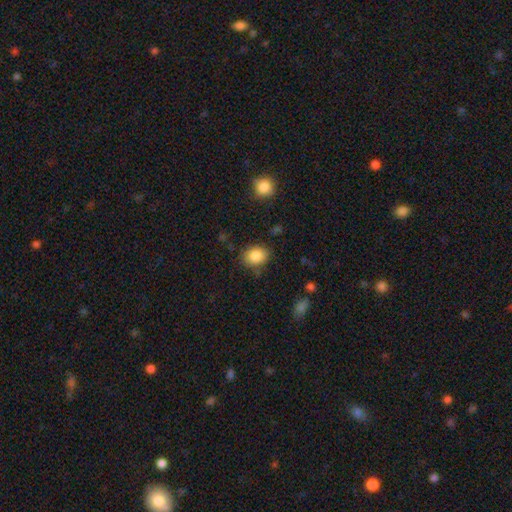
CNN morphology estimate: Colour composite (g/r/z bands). It shows a smooth galaxy with no disk features (86%) that is in between round and cigar-shaped (52%). Merging: none (79%).